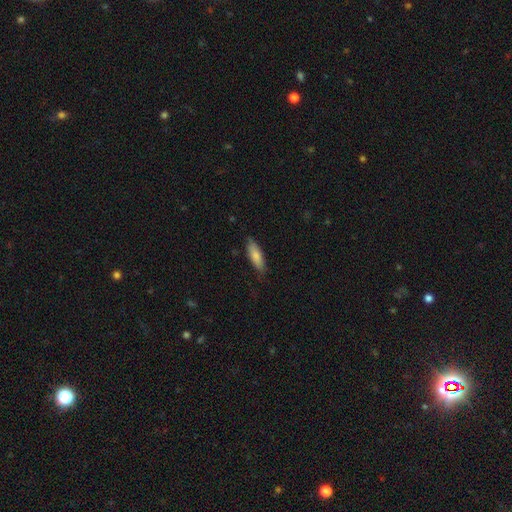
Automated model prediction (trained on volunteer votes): smooth 80%, featured or disk 14%, star or artifact 6%. Down the decision tree: how rounded — in between (52%); merging — none (80%).